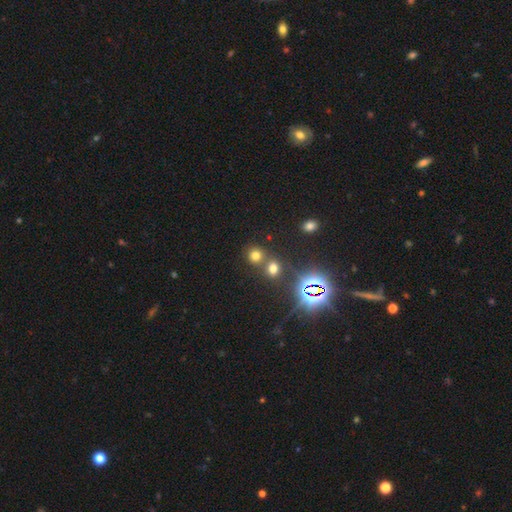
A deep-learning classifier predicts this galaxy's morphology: A smooth galaxy with no disk features (63%) that is round (86%).

Vote fractions:
- Smooth or featured? smooth: 63% / star or artifact: 28% / featured or disk: 8%
- How rounded? round: 86% / in between: 13% / cigar-shaped: 1%
- Merging? none: 60% / merger: 30% / minor disturbance: 7% / major disturbance: 3%